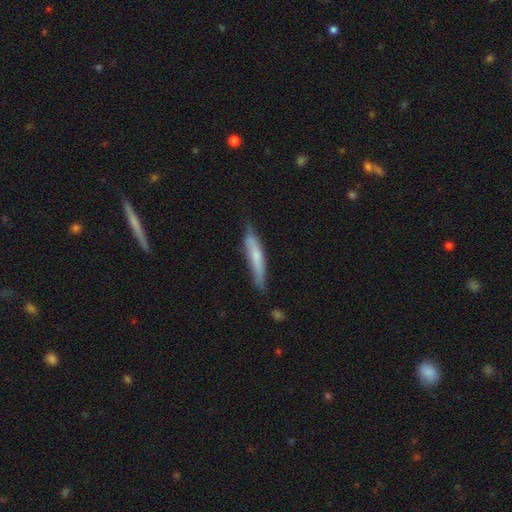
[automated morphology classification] Smooth or featured? Predicted: smooth (p=0.63). How rounded? Predicted: cigar-shaped (p=0.91). Merging? Predicted: none (p=0.71).